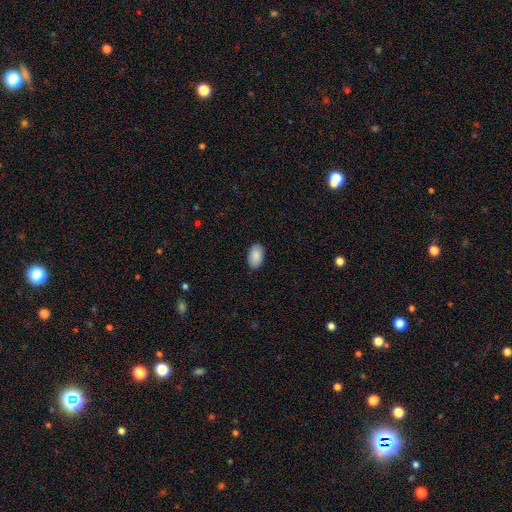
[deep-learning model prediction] smooth 90%, star or artifact 6%, featured or disk 4%. Down the decision tree: how rounded — in between (94%); merging — none (87%).